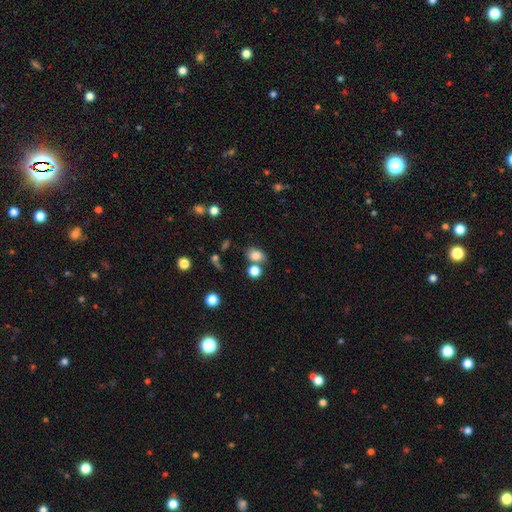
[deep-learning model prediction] A smooth galaxy with no disk features (80%) that is in between round and cigar-shaped (68%). Merging: none (62%).